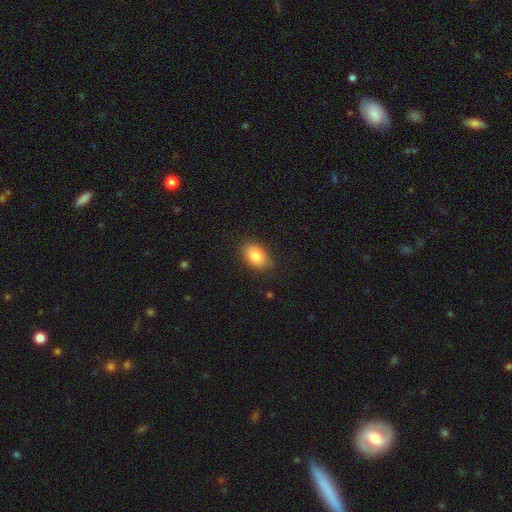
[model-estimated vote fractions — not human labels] A smooth galaxy with no disk features (83%) that is in between round and cigar-shaped (81%). Merging: none (85%).